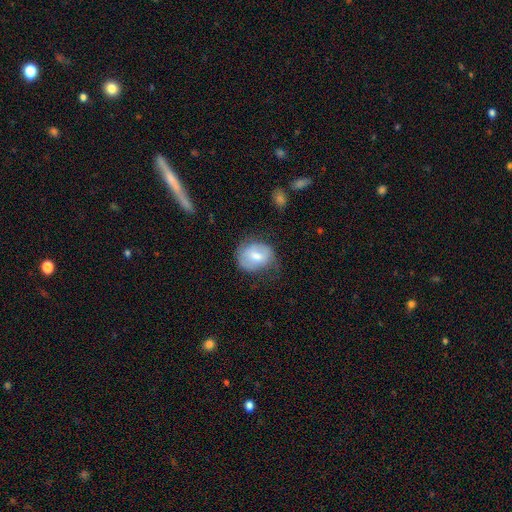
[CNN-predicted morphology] smooth 62%, featured or disk 31%, star or artifact 7%. Down the decision tree: how rounded — round (53%); merging — none (56%).